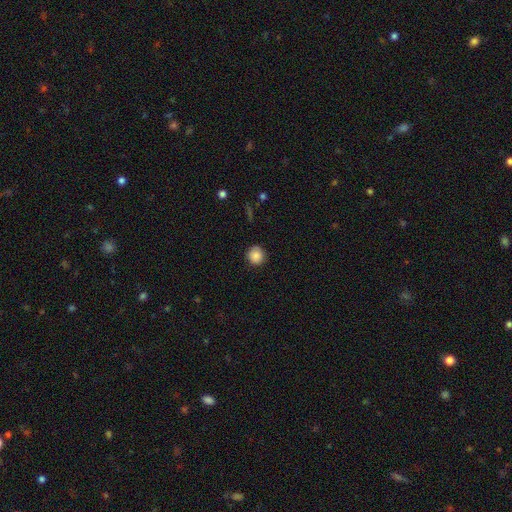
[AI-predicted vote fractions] Q: Smooth or featured?
A: smooth (87%); runner-up: star or artifact (9%)
Q: How rounded?
A: round (92%); runner-up: in between (7%)
Q: Merging?
A: none (88%); runner-up: minor disturbance (9%)